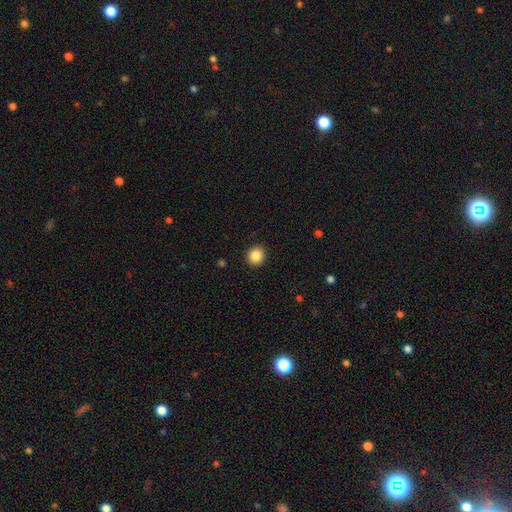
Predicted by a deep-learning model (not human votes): smooth 86%, star or artifact 10%, featured or disk 5%. Down the decision tree: how rounded — round (86%); merging — none (92%).